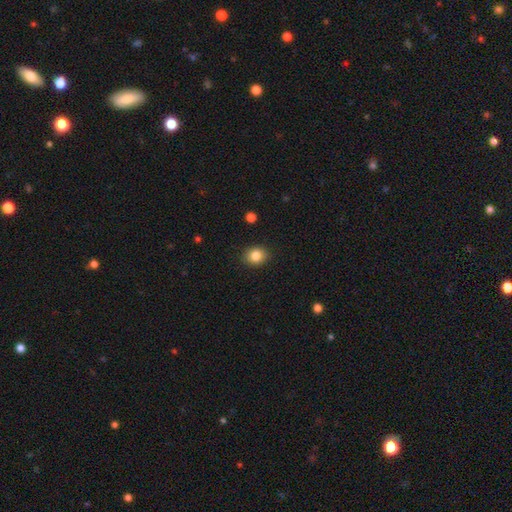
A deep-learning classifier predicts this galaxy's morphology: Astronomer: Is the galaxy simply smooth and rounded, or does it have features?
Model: smooth — 85%.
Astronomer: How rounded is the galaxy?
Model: round — 62% (runner-up: in between, 37%).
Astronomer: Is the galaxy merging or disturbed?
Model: none — 89%.